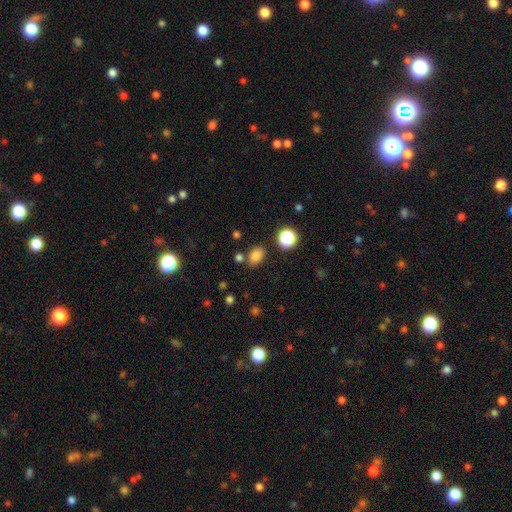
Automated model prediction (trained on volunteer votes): Smooth or featured? Predicted: smooth (p=0.81). How rounded? Predicted: in between (p=0.74). Merging? Predicted: none (p=0.77).